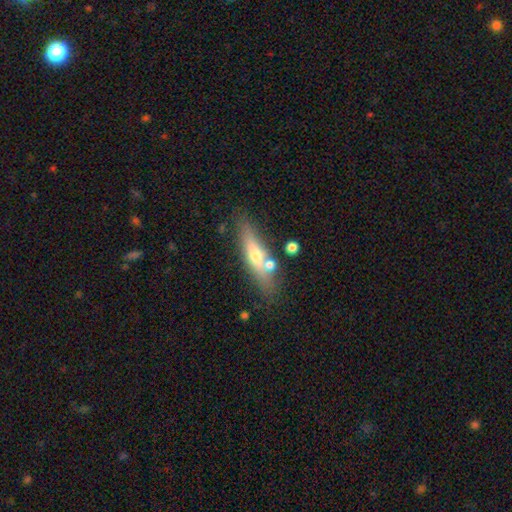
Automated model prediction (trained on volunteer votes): Overall: smooth (47%; featured or disk 45%). Merging: none (73%).